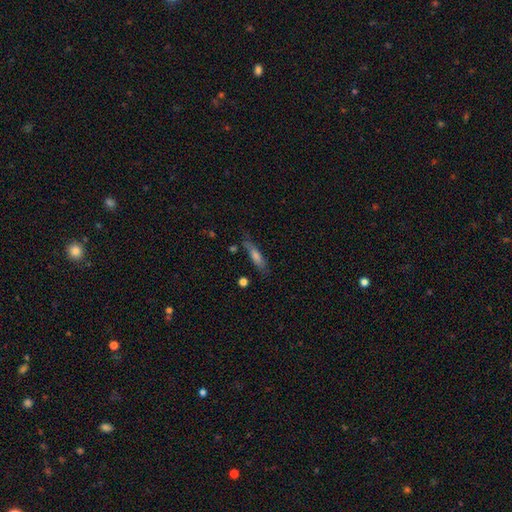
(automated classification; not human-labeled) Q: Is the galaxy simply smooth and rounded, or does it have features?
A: smooth — 53%.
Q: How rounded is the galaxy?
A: cigar-shaped — 75%.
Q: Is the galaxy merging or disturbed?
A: none — 69%.